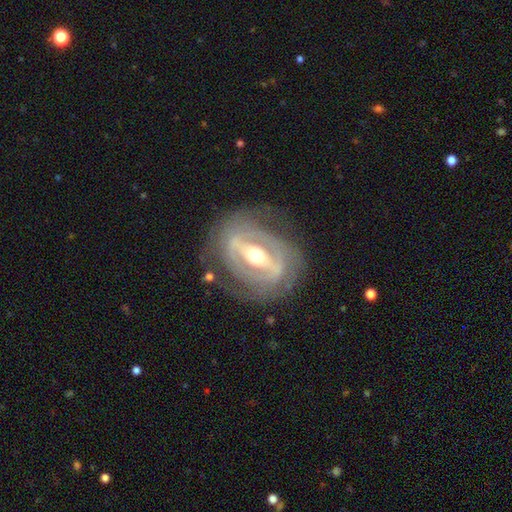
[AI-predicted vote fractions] This appears to be a featured or disk galaxy (85%) with a strong bar (70%), 2 (51%) tight (62%) spiral arms (68%) and a moderate central bulge (68%). Merging: none (74%).